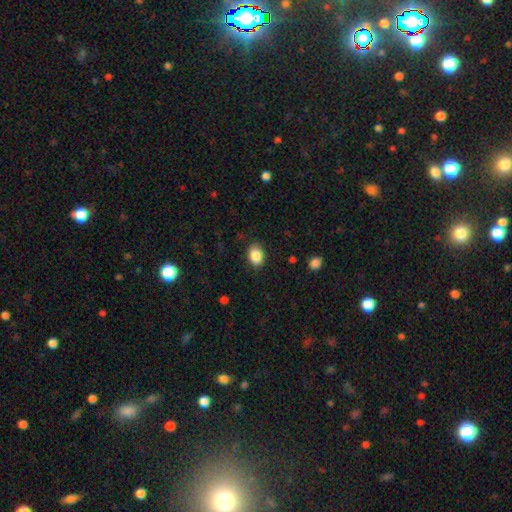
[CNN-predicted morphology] Overall: smooth (88%). How rounded: in between (79%). Merging: none (86%).